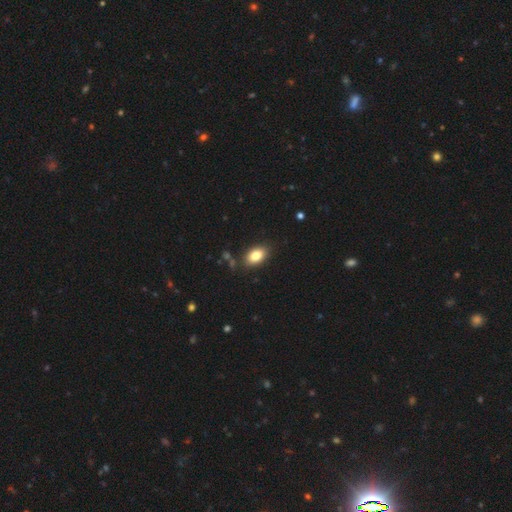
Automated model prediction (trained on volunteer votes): smooth-or-featured: smooth: 82% | featured or disk: 10% | star or artifact: 8%
  how-rounded: in between: 89% | round: 9% | cigar-shaped: 2%
  merging: none: 85% | minor disturbance: 10% | major disturbance: 3% | merger: 2%